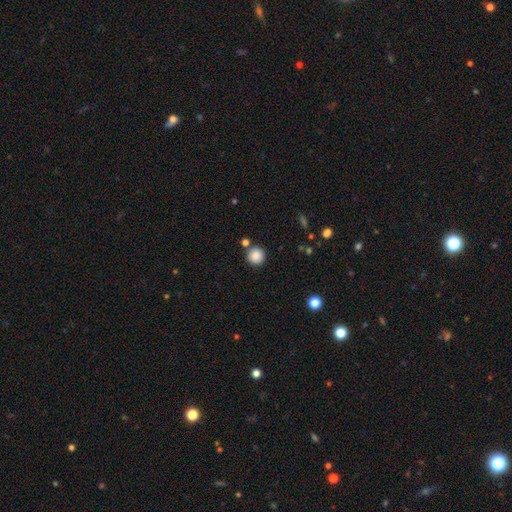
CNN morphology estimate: This appears to be a smooth galaxy with no disk features (87%) that is round (94%). Merging: none (82%).